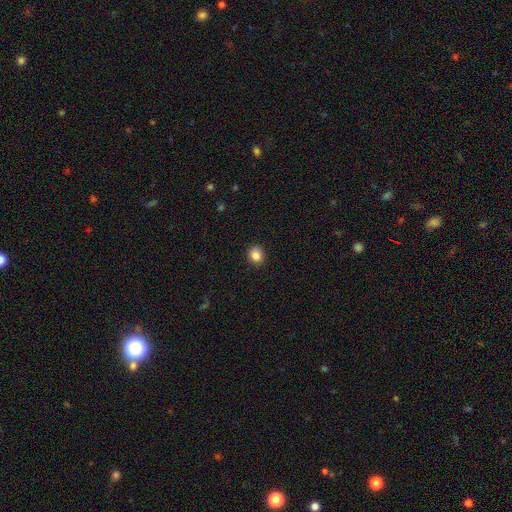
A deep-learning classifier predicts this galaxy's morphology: Smooth or featured? Predicted: smooth (p=0.85). How rounded? Predicted: round (p=0.73). Merging? Predicted: none (p=0.89).